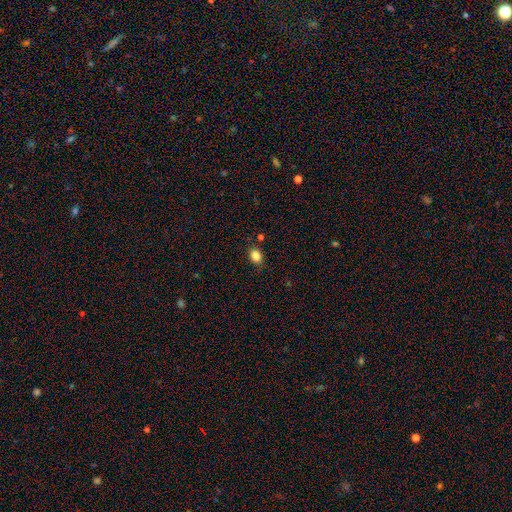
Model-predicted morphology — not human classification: This appears to be a smooth galaxy with no disk features (85%) that is in between round and cigar-shaped (69%). Merging: none (84%).